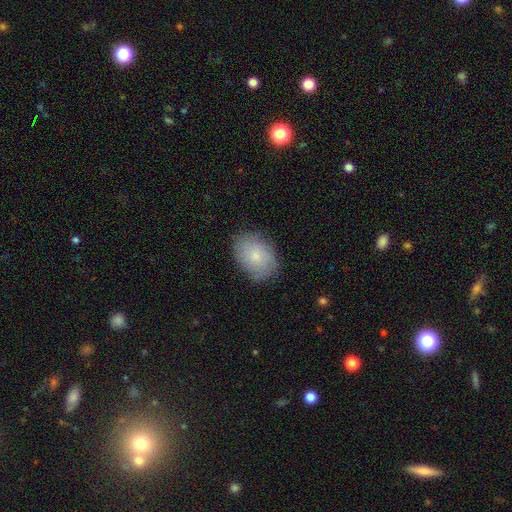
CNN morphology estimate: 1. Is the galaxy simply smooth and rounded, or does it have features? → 69% smooth, 23% featured or disk, 7% star or artifact.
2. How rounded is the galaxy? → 77% in between, 22% round, 1% cigar-shaped.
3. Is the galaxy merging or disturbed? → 76% none, 18% minor disturbance, 4% major disturbance, 1% merger.